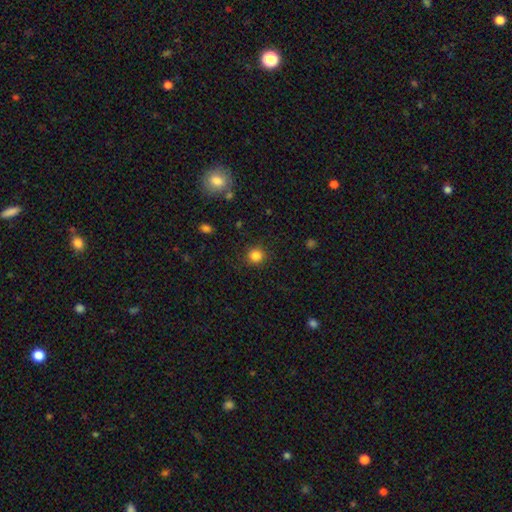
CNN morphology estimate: smooth-or-featured: smooth: 84% | star or artifact: 12% | featured or disk: 4%
  how-rounded: round: 92% | in between: 7% | cigar-shaped: 1%
  merging: none: 89% | minor disturbance: 7% | major disturbance: 3% | merger: 1%